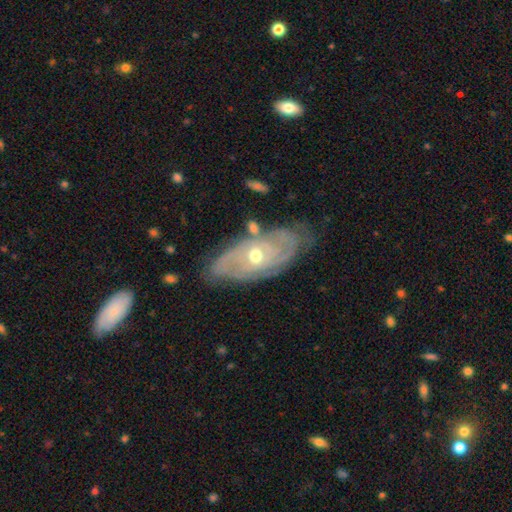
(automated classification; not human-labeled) smooth-or-featured: featured or disk: 82% | smooth: 12% | star or artifact: 6%
  disk-edge-on: no: 92% | yes: 8%
    bar: no: 73% | weak: 21% | strong: 6%
    has-spiral-arms: yes: 90% | no: 10%
      spiral-winding: tight: 76% | medium: 19% | loose: 5%
      spiral-arm-count: can't tell: 42% | 2: 19% | 3: 19% | 4: 10% | more than 4: 5% | 1: 5%
    bulge-size: moderate: 58% | small: 38% | large: 2% | none: 1% | dominant: 1%
  merging: none: 69% | minor disturbance: 20% | major disturbance: 6% | merger: 5%